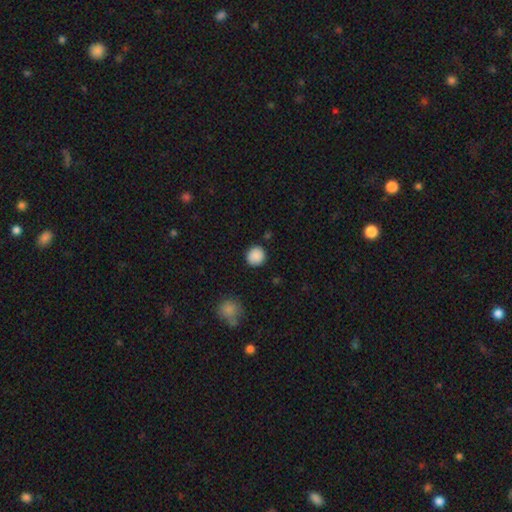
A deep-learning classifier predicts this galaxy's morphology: A smooth galaxy with no disk features (88%) that is round (91%).

Vote fractions:
- Smooth or featured? smooth: 88% / star or artifact: 9% / featured or disk: 3%
- How rounded? round: 91% / in between: 8% / cigar-shaped: 1%
- Merging? none: 88% / minor disturbance: 8% / major disturbance: 2% / merger: 2%